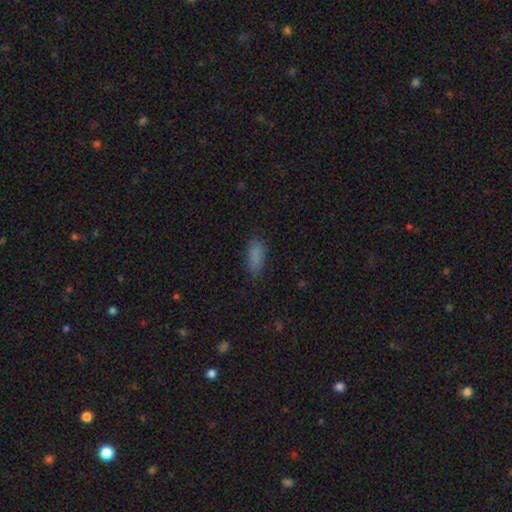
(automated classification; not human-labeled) Smooth or featured?
  - smooth: 83% *
  - star or artifact: 11%
  - featured or disk: 6%
How rounded?
  - in between: 81% *
  - cigar-shaped: 17%
  - round: 3%
Merging?
  - none: 72% *
  - minor disturbance: 20%
  - major disturbance: 6%
  - merger: 2%